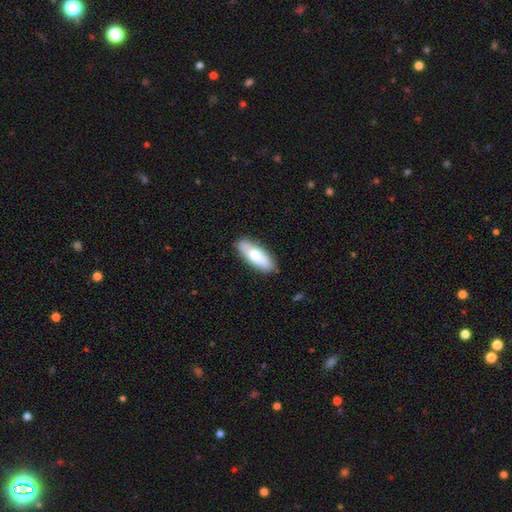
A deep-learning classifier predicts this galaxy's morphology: smooth_or_featured: smooth (p=0.74) [alt: featured or disk p=0.21]
how_rounded: in between (p=0.65) [alt: cigar-shaped p=0.33]
merging: none (p=0.84) [alt: minor disturbance p=0.12]